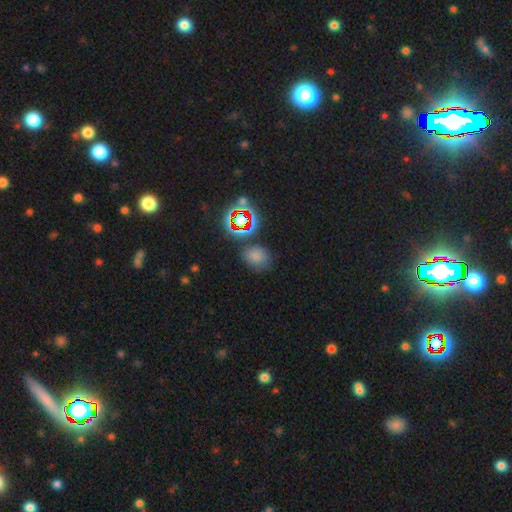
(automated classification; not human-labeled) Q: Smooth or featured?
A: smooth (53%); runner-up: star or artifact (39%)
Q: How rounded?
A: round (65%); runner-up: in between (34%)
Q: Merging?
A: none (77%); runner-up: minor disturbance (12%)